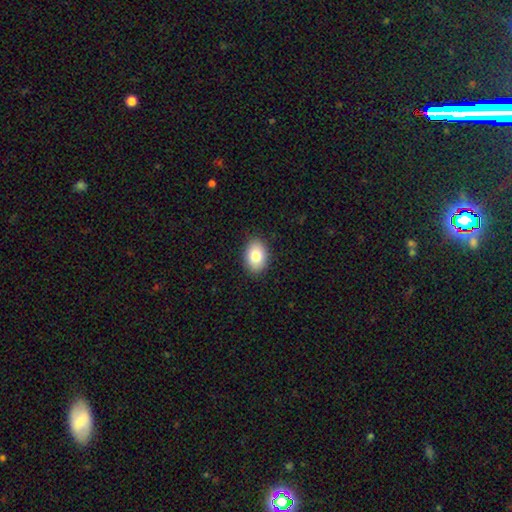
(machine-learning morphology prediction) Smooth or featured: smooth — 81% (featured or disk — 12%)
How rounded: in between — 81% (round — 18%)
Merging: none — 89% (minor disturbance — 8%)